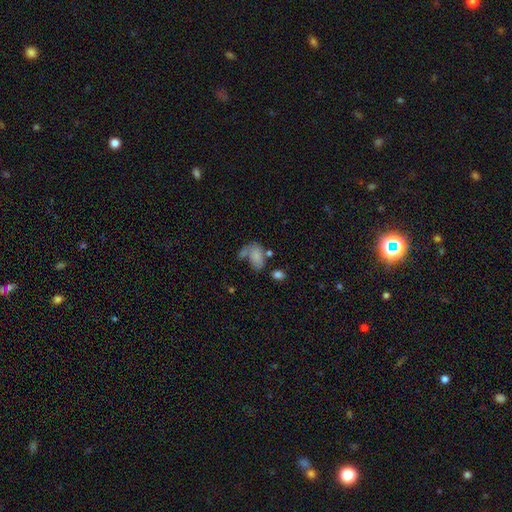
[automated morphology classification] Q: Smooth or featured?
A: smooth (73%); runner-up: featured or disk (16%)
Q: How rounded?
A: in between (85%); runner-up: round (13%)
Q: Merging?
A: none (30%); runner-up: merger (27%)